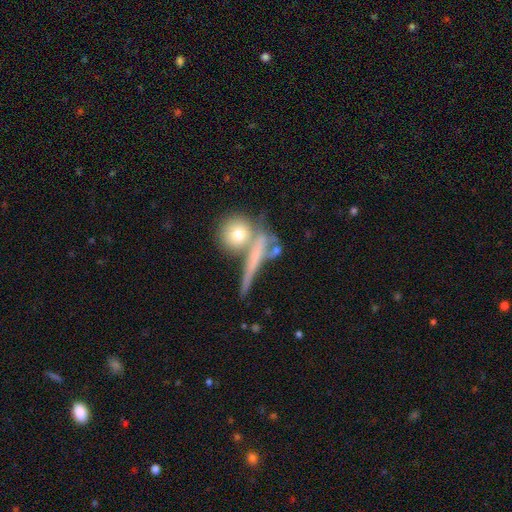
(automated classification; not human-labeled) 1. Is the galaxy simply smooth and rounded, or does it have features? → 46% smooth, 43% featured or disk, 11% star or artifact.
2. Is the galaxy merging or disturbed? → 53% none, 22% merger, 16% minor disturbance, 10% major disturbance.